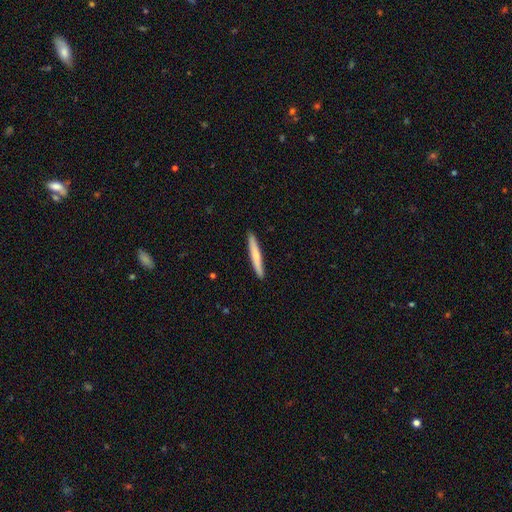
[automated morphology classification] Smooth or featured: smooth — 66% (featured or disk — 29%)
How rounded: cigar-shaped — 96% (in between — 3%)
Merging: none — 92% (minor disturbance — 6%)